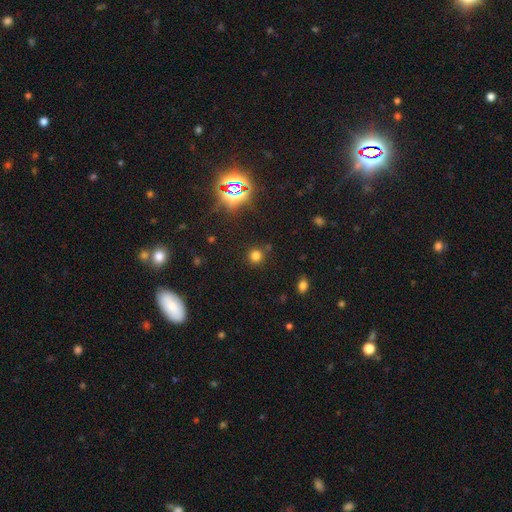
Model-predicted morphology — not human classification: Q: Smooth or featured?
A: smooth (71%); runner-up: star or artifact (23%)
Q: How rounded?
A: round (91%); runner-up: in between (8%)
Q: Merging?
A: none (83%); runner-up: minor disturbance (8%)